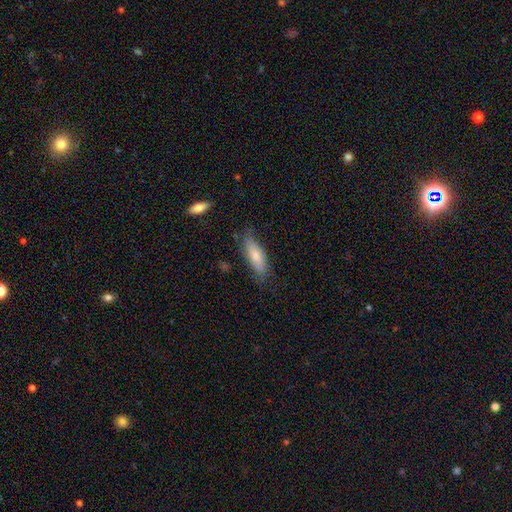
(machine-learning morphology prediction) A smooth galaxy with no disk features (73%) that is in between round and cigar-shaped (55%). Merging: none (71%).